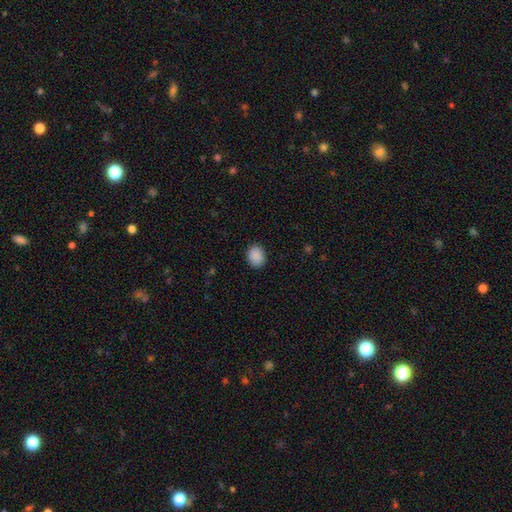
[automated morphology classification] A smooth galaxy with no disk features (90%) that is in between round and cigar-shaped (50%).

Vote fractions:
- Smooth or featured? smooth: 90% / star or artifact: 8% / featured or disk: 3%
- How rounded? in between: 50% / round: 49% / cigar-shaped: 1%
- Merging? none: 89% / minor disturbance: 8% / major disturbance: 2% / merger: 1%